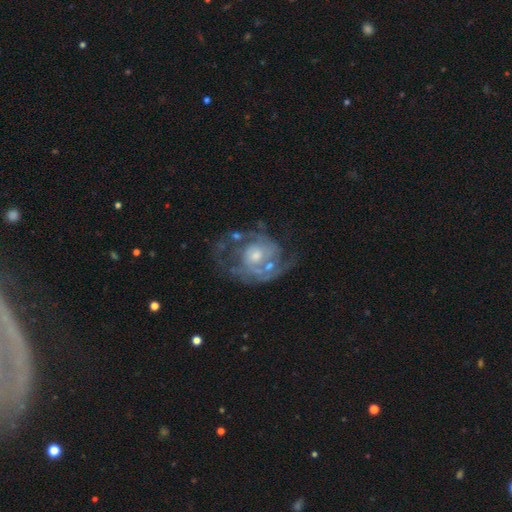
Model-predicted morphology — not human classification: smooth-or-featured: featured or disk: 81% | smooth: 12% | star or artifact: 7%
  disk-edge-on: no: 98% | yes: 2%
    bar: no: 78% | weak: 18% | strong: 3%
    has-spiral-arms: yes: 81% | no: 19%
      spiral-winding: tight: 43% | medium: 39% | loose: 18%
      spiral-arm-count: 2: 46% | can't tell: 29% | 1: 9% | 3: 9% | 4: 3% | more than 4: 3%
    bulge-size: moderate: 49% | small: 41% | large: 5% | none: 3% | dominant: 1%
  merging: none: 50% | major disturbance: 25% | minor disturbance: 20% | merger: 6%